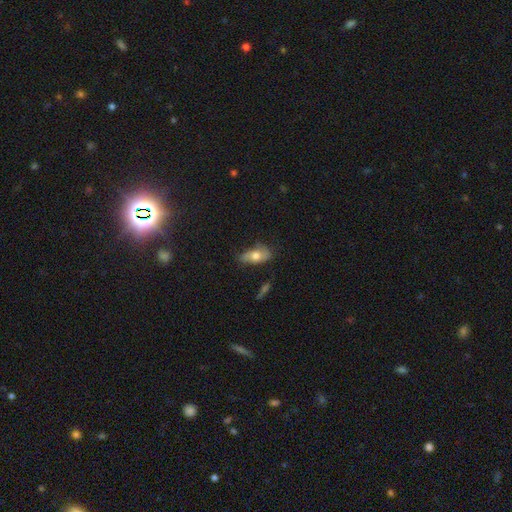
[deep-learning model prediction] This is likely a smooth galaxy (65%). How rounded: clearly in between (85%). Merging: likely none (62%).